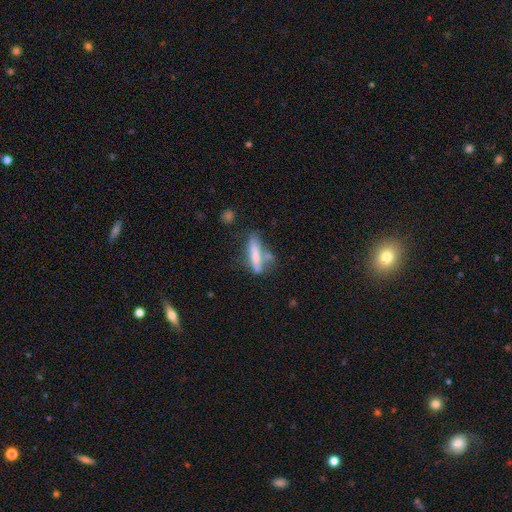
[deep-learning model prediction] Overall: smooth (59%; featured or disk 32%). How rounded: cigar-shaped (72%). Merging: none (44%; minor disturbance 21%).